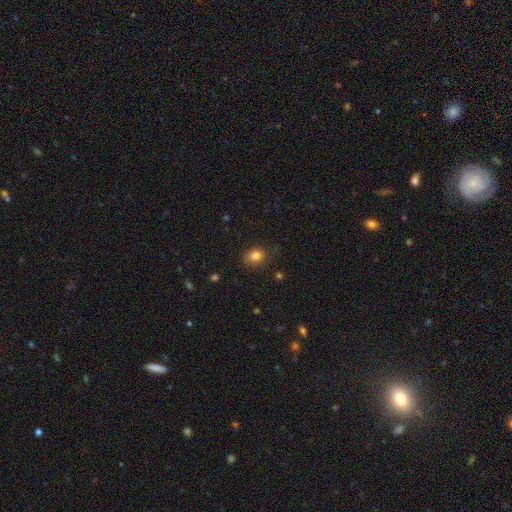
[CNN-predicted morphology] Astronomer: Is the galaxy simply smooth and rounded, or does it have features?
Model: smooth — 83%.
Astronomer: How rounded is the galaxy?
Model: in between — 53% (runner-up: round, 46%).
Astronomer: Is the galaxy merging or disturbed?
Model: none — 77%.